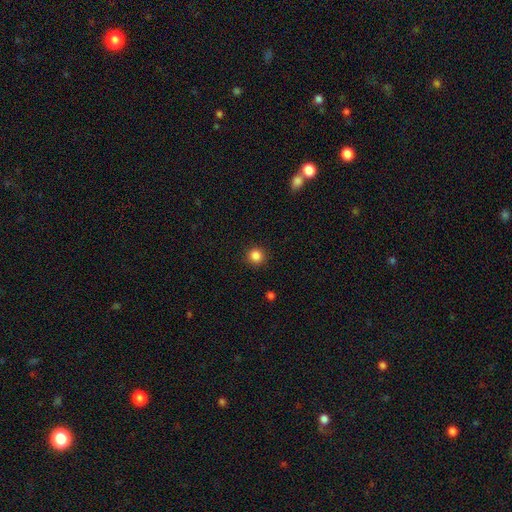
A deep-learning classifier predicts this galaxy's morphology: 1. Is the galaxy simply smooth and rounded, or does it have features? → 85% smooth, 11% star or artifact, 3% featured or disk.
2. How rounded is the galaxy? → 94% round, 5% in between, 1% cigar-shaped.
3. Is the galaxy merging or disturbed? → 91% none, 5% minor disturbance, 2% major disturbance, 1% merger.